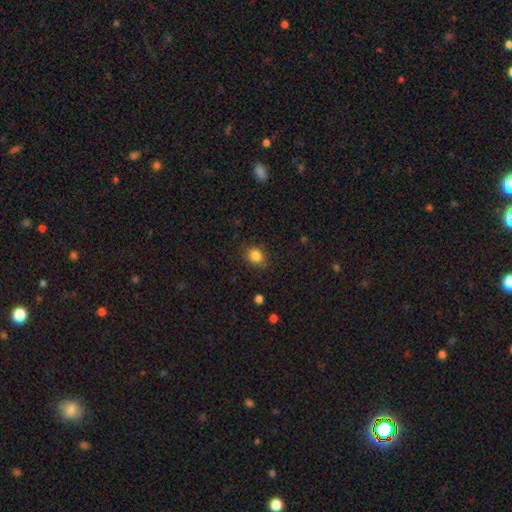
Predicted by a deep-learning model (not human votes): This appears to be a smooth galaxy with no disk features (85%) that is round (70%). Merging: none (84%).